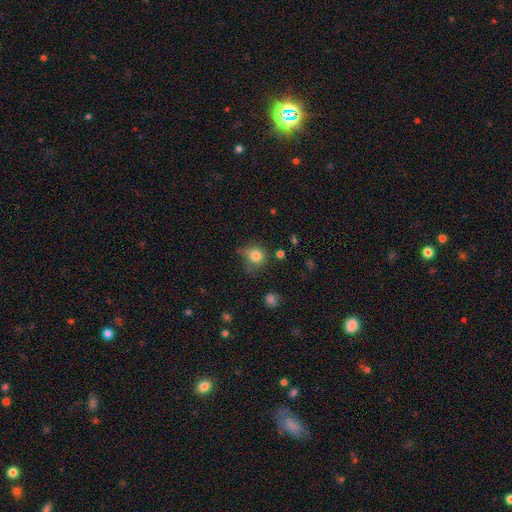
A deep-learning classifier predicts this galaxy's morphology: smooth-or-featured: smooth: 80% | star or artifact: 13% | featured or disk: 8%
  how-rounded: round: 85% | in between: 14% | cigar-shaped: 1%
  merging: none: 57% | minor disturbance: 27% | major disturbance: 10% | merger: 5%